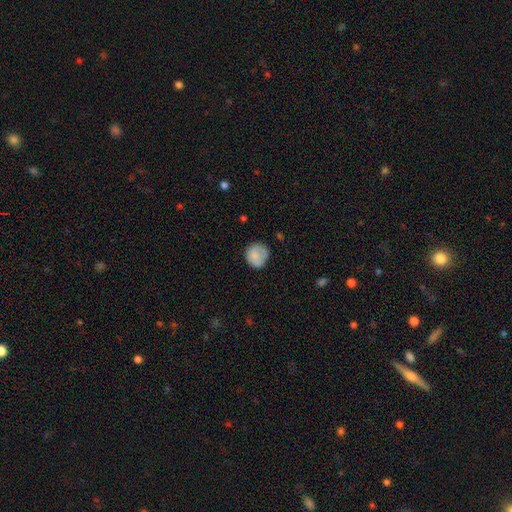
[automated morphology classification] smooth 81%, featured or disk 11%, star or artifact 8%. Down the decision tree: how rounded — round (88%); merging — none (75%).